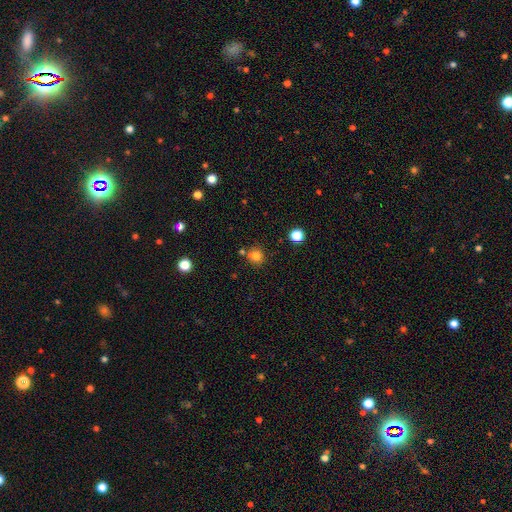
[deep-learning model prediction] A smooth galaxy with no disk features (80%) that is round (90%).

Vote fractions:
- Smooth or featured? smooth: 80% / star or artifact: 14% / featured or disk: 7%
- How rounded? round: 90% / in between: 9% / cigar-shaped: 1%
- Merging? none: 73% / merger: 14% / minor disturbance: 11% / major disturbance: 3%